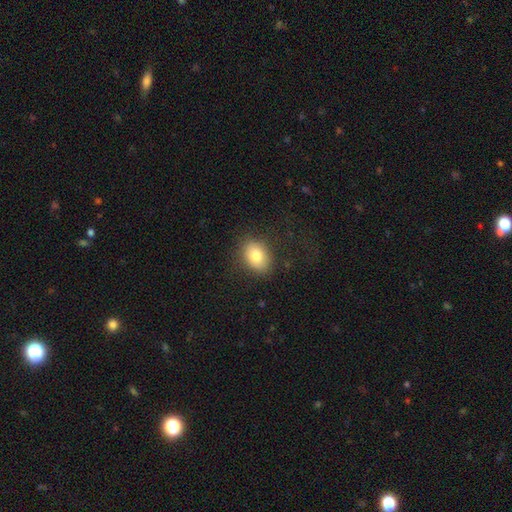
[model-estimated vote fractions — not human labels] Overall: smooth (81%). How rounded: in between (72%). Merging: none (82%).